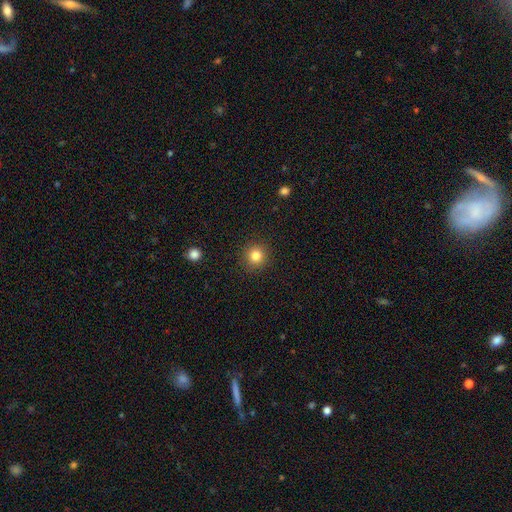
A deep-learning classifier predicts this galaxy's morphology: Smooth or featured? Predicted: smooth (p=0.83). How rounded? Predicted: round (p=0.93). Merging? Predicted: none (p=0.91).